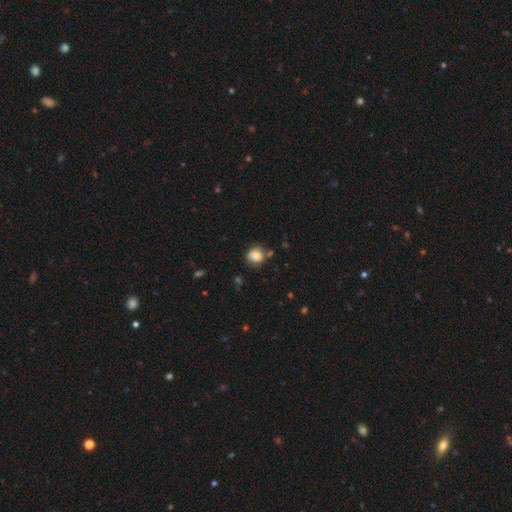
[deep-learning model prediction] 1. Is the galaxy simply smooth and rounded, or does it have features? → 79% smooth, 11% featured or disk, 10% star or artifact.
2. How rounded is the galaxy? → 81% round, 18% in between, 1% cigar-shaped.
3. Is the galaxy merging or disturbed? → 72% none, 18% minor disturbance, 6% merger, 5% major disturbance.